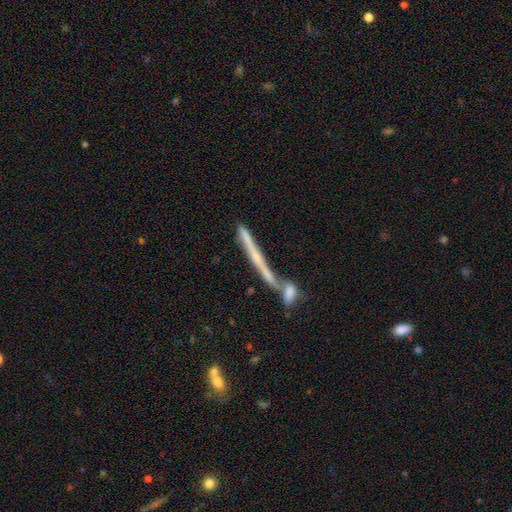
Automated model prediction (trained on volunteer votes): smooth_or_featured: featured or disk (p=0.61) [alt: smooth p=0.30]
disk_edge_on: yes (p=0.91) [alt: no p=0.09]
edge_on_bulge: none (p=0.59) [alt: rounded p=0.33]
merging: none (p=0.47) [alt: merger p=0.36]